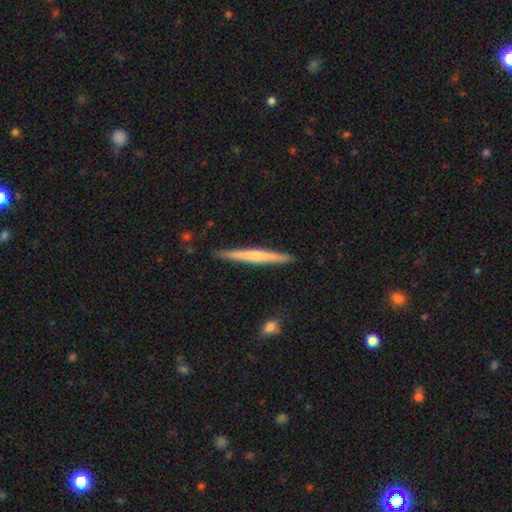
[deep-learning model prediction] smooth_or_featured: featured or disk (p=0.49) [alt: smooth p=0.45]
merging: none (p=0.90) [alt: minor disturbance p=0.07]